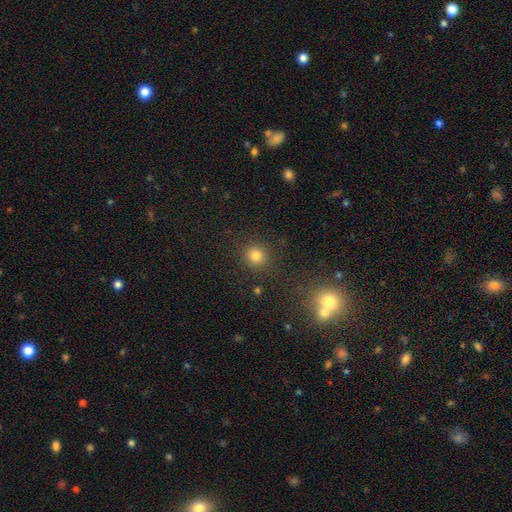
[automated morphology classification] Smooth or featured? Predicted: smooth (p=0.79). How rounded? Predicted: round (p=0.91). Merging? Predicted: none (p=0.86).